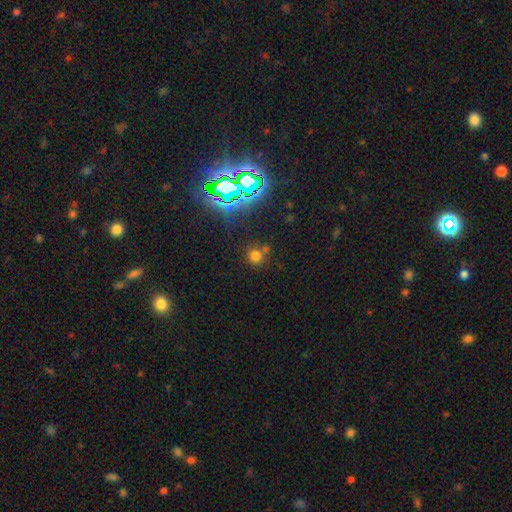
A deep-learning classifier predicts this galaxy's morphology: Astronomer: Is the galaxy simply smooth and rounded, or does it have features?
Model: smooth — 63%.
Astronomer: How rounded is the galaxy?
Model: round — 90%.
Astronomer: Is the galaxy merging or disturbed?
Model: none — 72%.